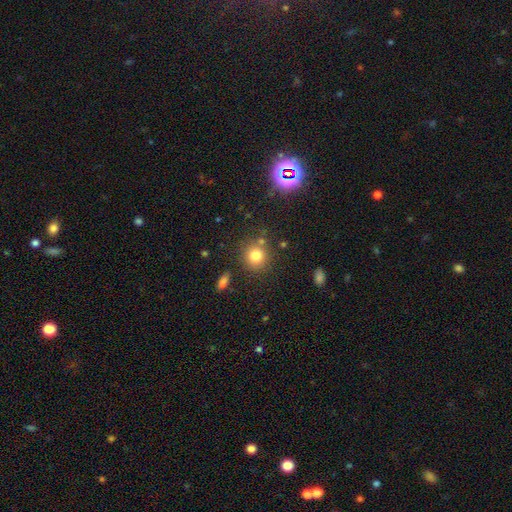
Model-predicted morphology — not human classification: This appears to be a smooth galaxy with no disk features (79%) that is round (87%). Merging: none (79%).